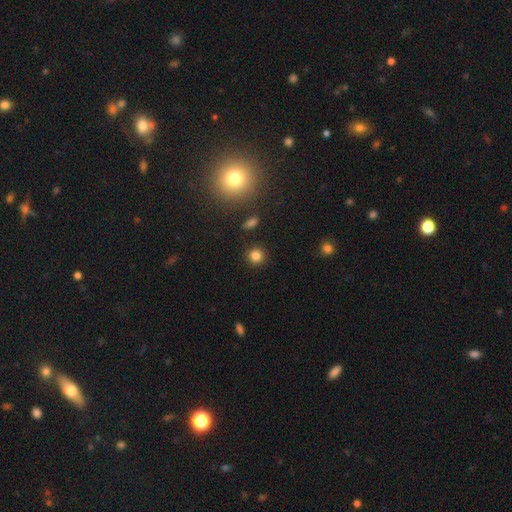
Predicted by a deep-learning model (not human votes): Smooth or featured: smooth — 82% (star or artifact — 13%)
How rounded: round — 91% (in between — 8%)
Merging: none — 89% (minor disturbance — 6%)